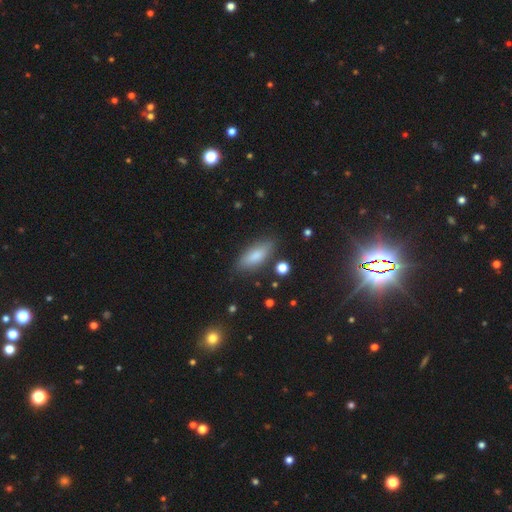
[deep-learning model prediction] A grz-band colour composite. It shows a smooth galaxy with no disk features (77%) that is in between round and cigar-shaped (68%). Merging: none (81%).